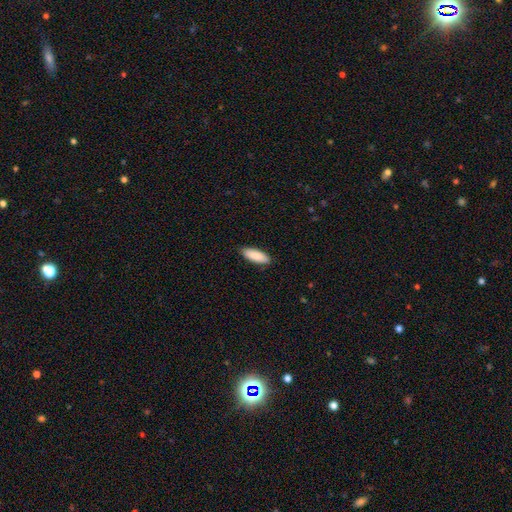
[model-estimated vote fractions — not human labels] Morphology: type=smooth (90%); roundness=in between (67%); merging=none (89%).